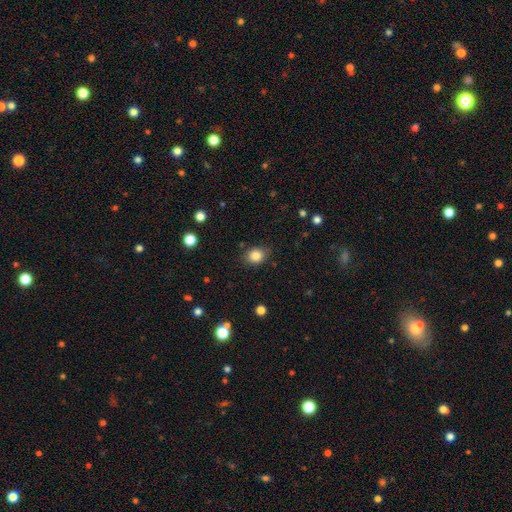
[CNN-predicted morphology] smooth_or_featured: smooth (p=0.84) [alt: star or artifact p=0.10]
how_rounded: round (p=0.50) [alt: in between p=0.49]
merging: none (p=0.82) [alt: minor disturbance p=0.14]